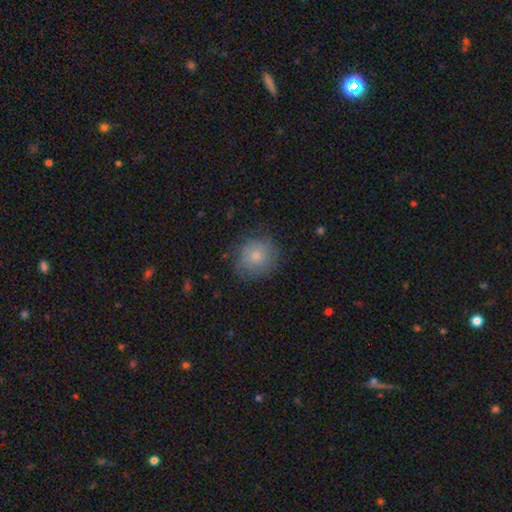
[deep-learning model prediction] Q: Smooth or featured?
A: smooth (75%); runner-up: featured or disk (17%)
Q: How rounded?
A: round (88%); runner-up: in between (11%)
Q: Merging?
A: none (75%); runner-up: minor disturbance (18%)